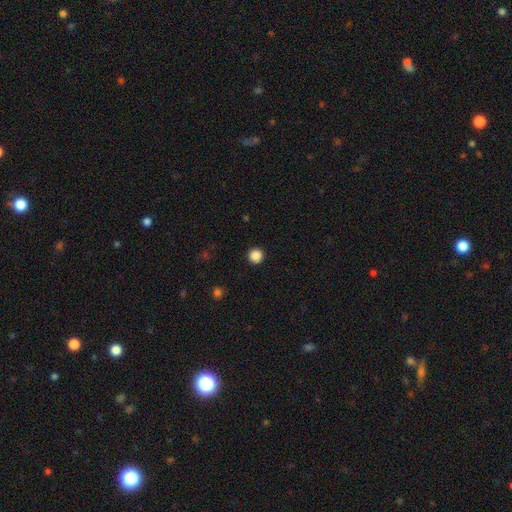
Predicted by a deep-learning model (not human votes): This appears to be a smooth galaxy with no disk features (87%) that is round (96%). Merging: none (93%).